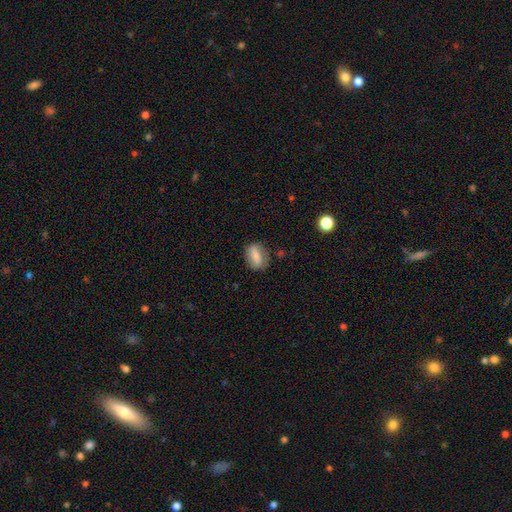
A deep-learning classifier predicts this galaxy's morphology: A smooth galaxy with no disk features (73%) that is in between round and cigar-shaped (74%).

Vote fractions:
- Smooth or featured? smooth: 73% / featured or disk: 19% / star or artifact: 8%
- How rounded? in between: 74% / round: 20% / cigar-shaped: 6%
- Merging? none: 75% / minor disturbance: 18% / major disturbance: 5% / merger: 2%